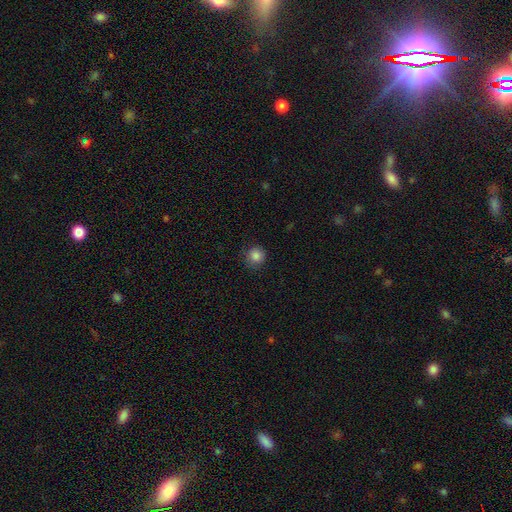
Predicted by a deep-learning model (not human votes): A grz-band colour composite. It shows a smooth galaxy with no disk features (85%) that is round (94%). Merging: none (86%).